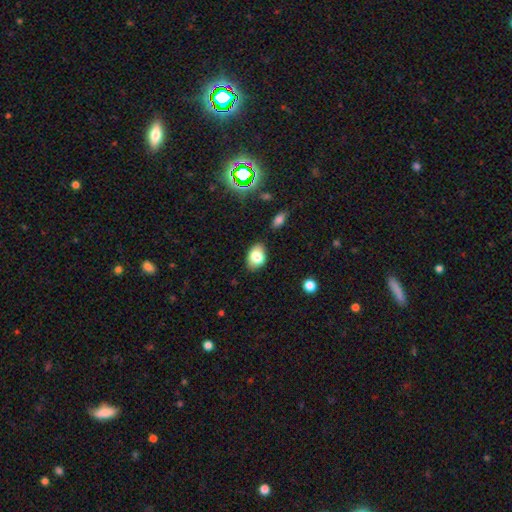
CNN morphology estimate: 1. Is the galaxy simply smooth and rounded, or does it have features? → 78% smooth, 13% featured or disk, 10% star or artifact.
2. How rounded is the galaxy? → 83% in between, 16% round, 1% cigar-shaped.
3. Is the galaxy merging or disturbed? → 77% none, 17% minor disturbance, 3% major disturbance, 3% merger.